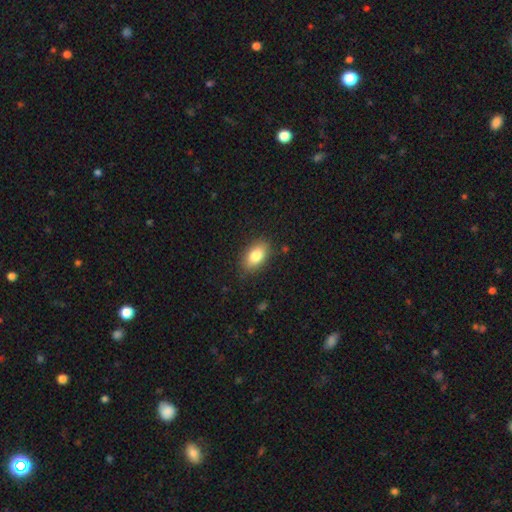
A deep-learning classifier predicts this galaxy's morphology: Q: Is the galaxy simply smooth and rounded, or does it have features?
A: smooth — 83%.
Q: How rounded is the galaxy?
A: in between — 91%.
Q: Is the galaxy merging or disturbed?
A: none — 86%.